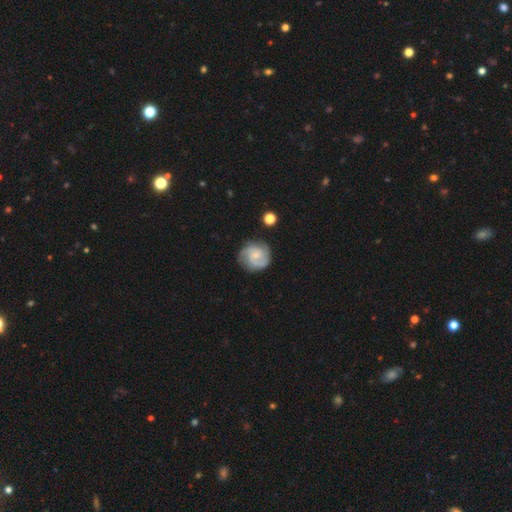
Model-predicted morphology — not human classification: A featured or disk galaxy (79%) with no bar (62%), 2 (47%) tight (50%) spiral arms (96%) and a small central bulge (67%). Merging: none (78%).